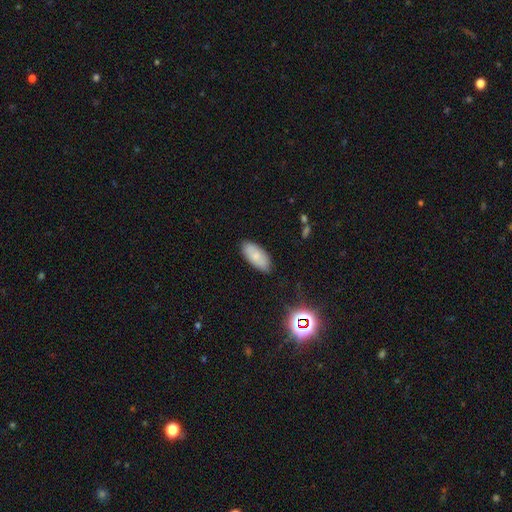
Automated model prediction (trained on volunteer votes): Smooth or featured? smooth (80%)
How rounded? in between (89%)
Merging? none (85%)